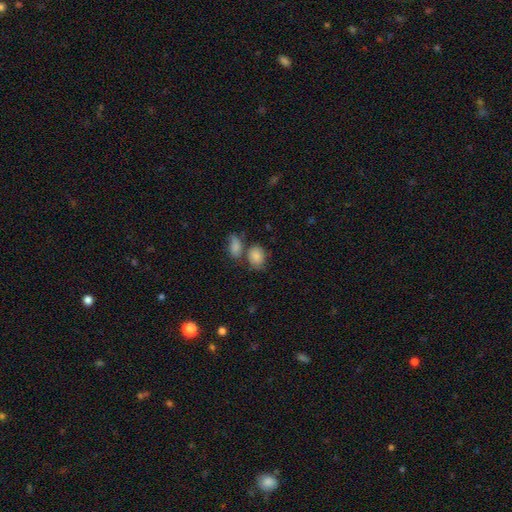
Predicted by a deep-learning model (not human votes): The model was most divided on "how rounded": in between: 50%, round: 48%, cigar-shaped: 1%. Remaining: smooth or featured — smooth (79%); merging — none (46%).